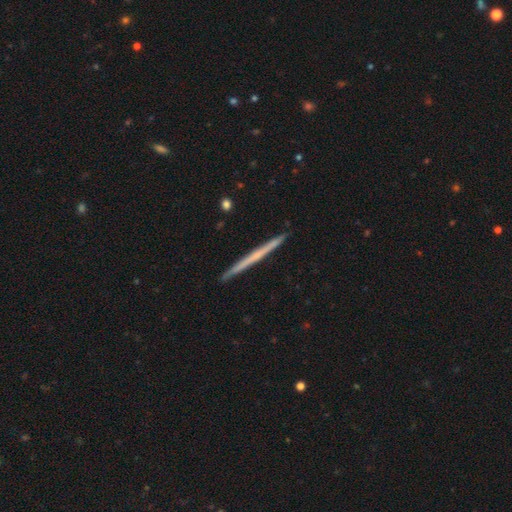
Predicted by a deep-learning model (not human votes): A featured or disk galaxy (55%) viewed edge-on (98%) with no central bulge (86%). Merging: none (93%).